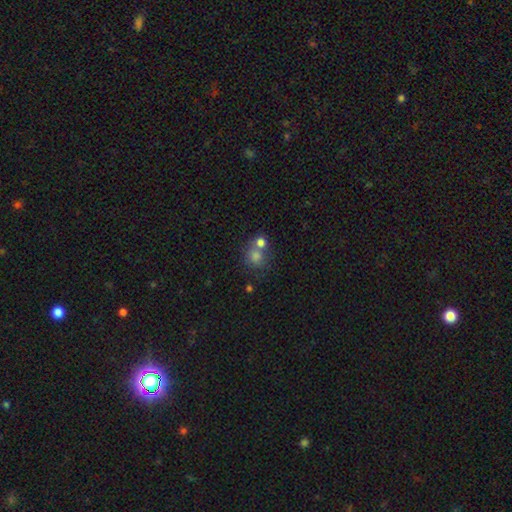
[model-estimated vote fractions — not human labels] Smooth or featured?
  - smooth: 74% *
  - star or artifact: 14%
  - featured or disk: 12%
How rounded?
  - round: 82% *
  - in between: 17%
  - cigar-shaped: 1%
Merging?
  - none: 46% *
  - merger: 42%
  - minor disturbance: 8%
  - major disturbance: 4%